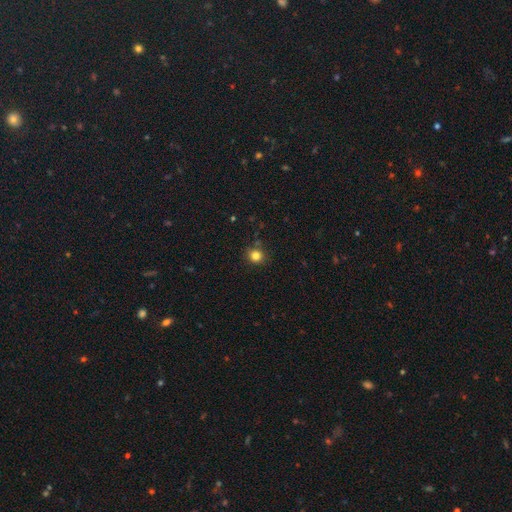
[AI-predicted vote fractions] A smooth galaxy with no disk features (82%) that is round (88%). Merging: none (85%).